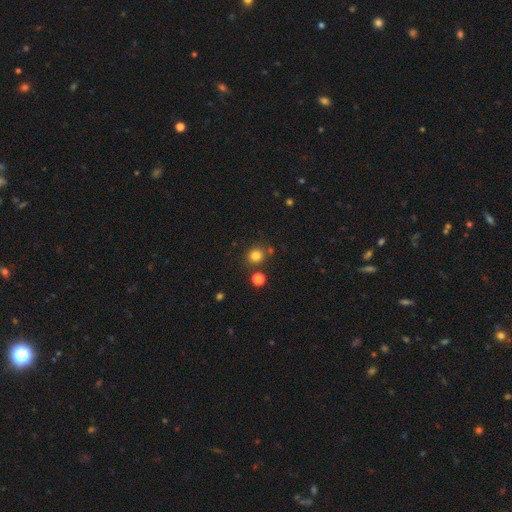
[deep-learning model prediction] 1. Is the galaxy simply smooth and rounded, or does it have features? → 80% smooth, 14% star or artifact, 6% featured or disk.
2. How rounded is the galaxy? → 88% round, 12% in between, 1% cigar-shaped.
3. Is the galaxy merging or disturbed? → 80% none, 9% minor disturbance, 8% merger, 3% major disturbance.